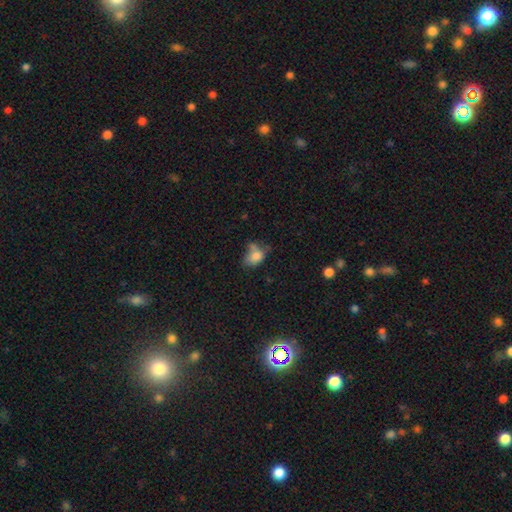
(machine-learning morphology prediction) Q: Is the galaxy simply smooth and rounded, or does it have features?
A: smooth — 74%.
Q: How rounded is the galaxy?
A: in between — 77%.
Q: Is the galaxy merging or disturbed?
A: none — 33%.